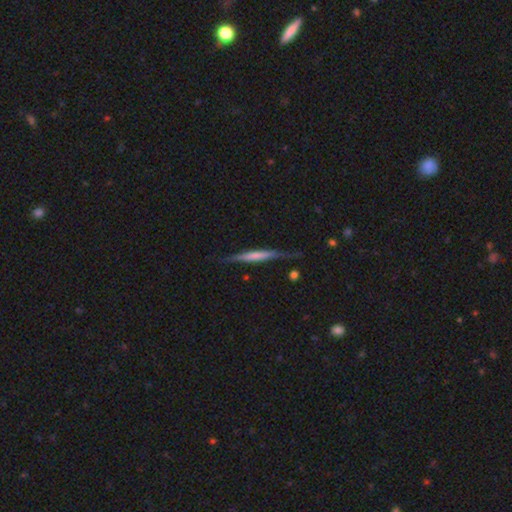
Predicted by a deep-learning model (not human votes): Overall: featured or disk (54%; smooth 40%). Edge-on disk: yes (95%). Edge-on bulge: none (49%; boxy 29%). Merging: none (73%).